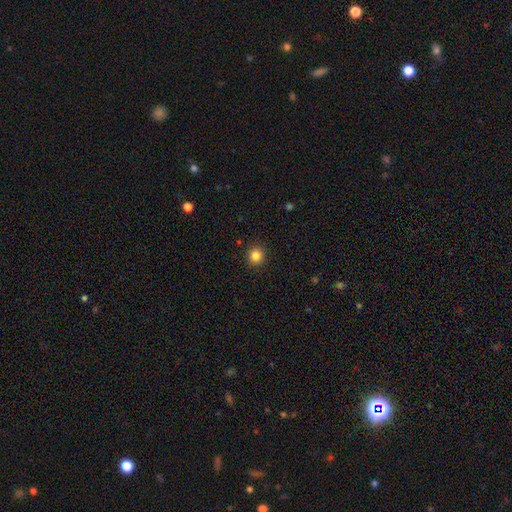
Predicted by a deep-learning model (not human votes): smooth_or_featured: smooth (p=0.84) [alt: star or artifact p=0.12]
how_rounded: round (p=0.93) [alt: in between p=0.06]
merging: none (p=0.92) [alt: minor disturbance p=0.05]